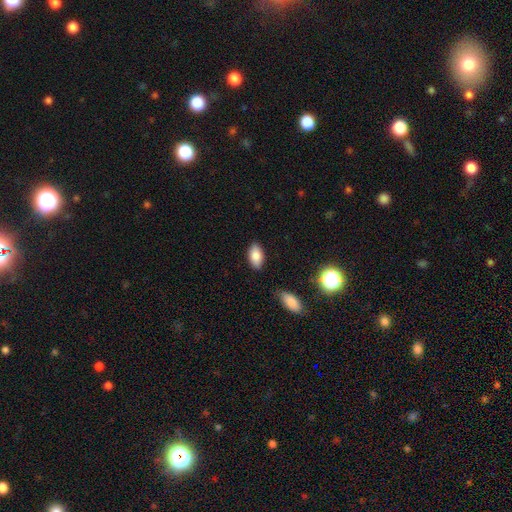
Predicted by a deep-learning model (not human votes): Smooth or featured? Predicted: smooth (p=0.86). How rounded? Predicted: in between (p=0.94). Merging? Predicted: none (p=0.85).